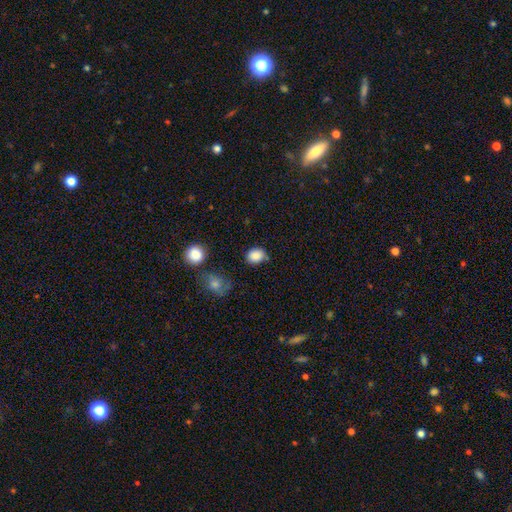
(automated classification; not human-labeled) This appears to be a smooth galaxy with no disk features (86%) that is round (52%). Merging: none (75%).